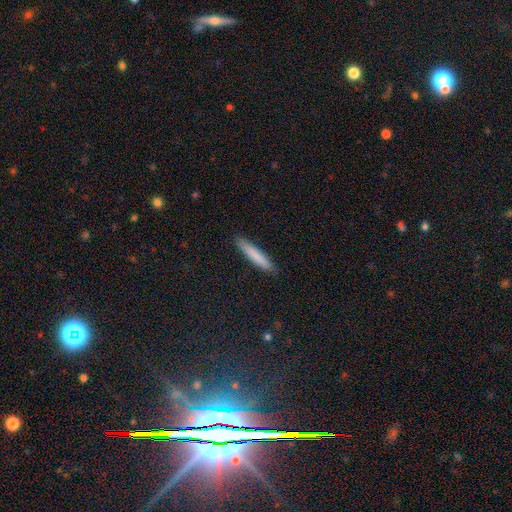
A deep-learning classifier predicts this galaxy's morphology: smooth-or-featured: smooth: 80% | featured or disk: 14% | star or artifact: 6%
  how-rounded: cigar-shaped: 93% | in between: 6% | round: 1%
  merging: none: 89% | minor disturbance: 8% | major disturbance: 2% | merger: 1%